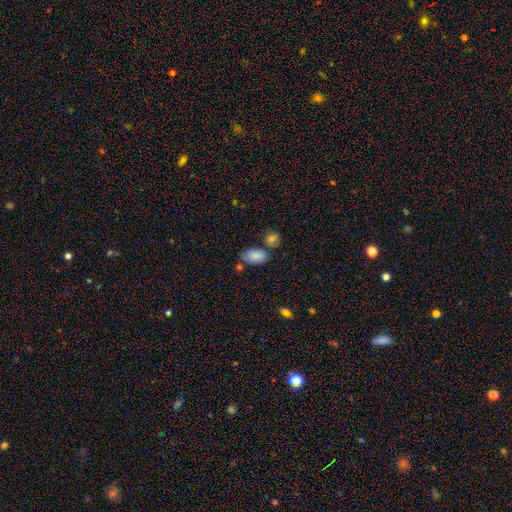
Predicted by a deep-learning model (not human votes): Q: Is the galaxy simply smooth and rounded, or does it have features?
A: smooth — 84%.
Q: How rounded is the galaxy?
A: in between — 94%.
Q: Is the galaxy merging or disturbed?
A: none — 63%.